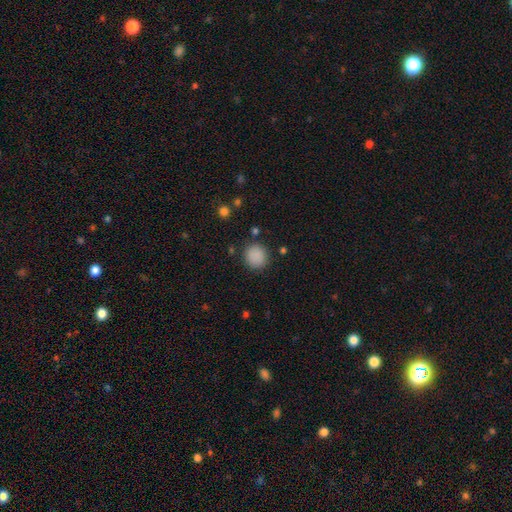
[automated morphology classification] type=smooth (87%); roundness=round (88%); merging=none (87%).